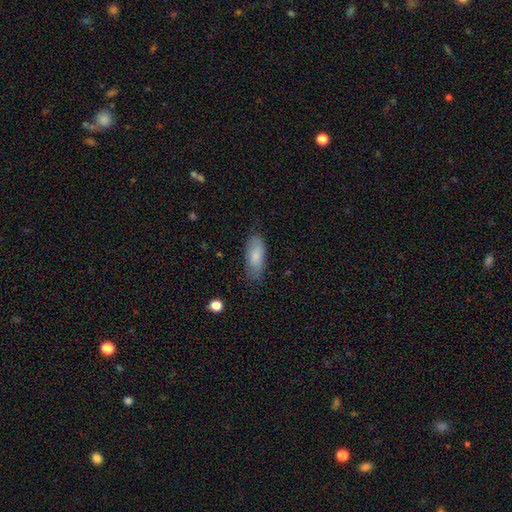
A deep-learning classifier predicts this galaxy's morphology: Smooth or featured?
  - smooth: 80% *
  - featured or disk: 14%
  - star or artifact: 6%
How rounded?
  - in between: 80% *
  - cigar-shaped: 18%
  - round: 2%
Merging?
  - none: 74% *
  - minor disturbance: 20%
  - major disturbance: 4%
  - merger: 1%